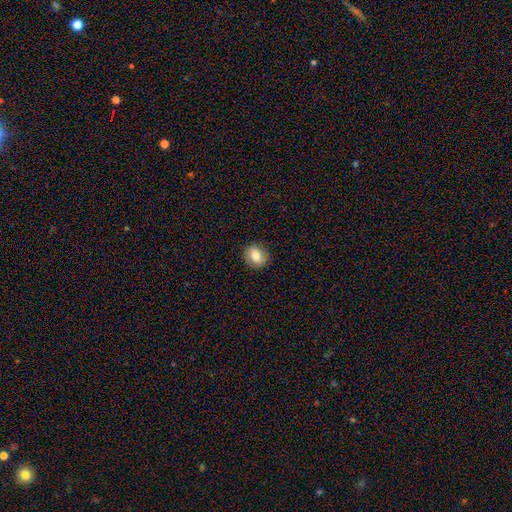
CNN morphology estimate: Smooth or featured? Predicted: smooth (p=0.74). How rounded? Predicted: round (p=0.70). Merging? Predicted: none (p=0.86).